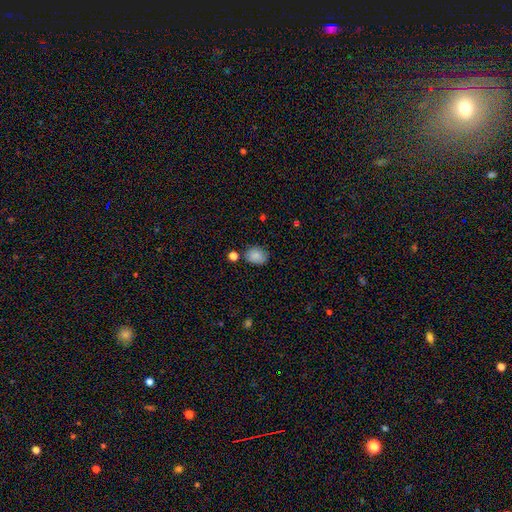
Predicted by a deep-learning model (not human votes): smooth 86%, star or artifact 9%, featured or disk 5%. Down the decision tree: how rounded — in between (62%); merging — none (75%).